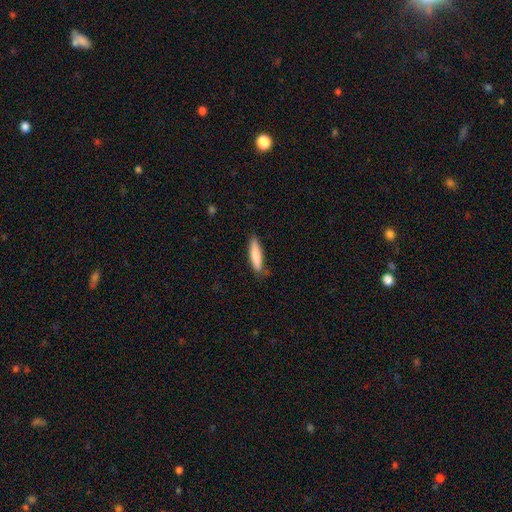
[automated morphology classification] Q: Smooth or featured?
A: smooth (83%); runner-up: featured or disk (11%)
Q: How rounded?
A: cigar-shaped (74%); runner-up: in between (25%)
Q: Merging?
A: none (81%); runner-up: minor disturbance (15%)